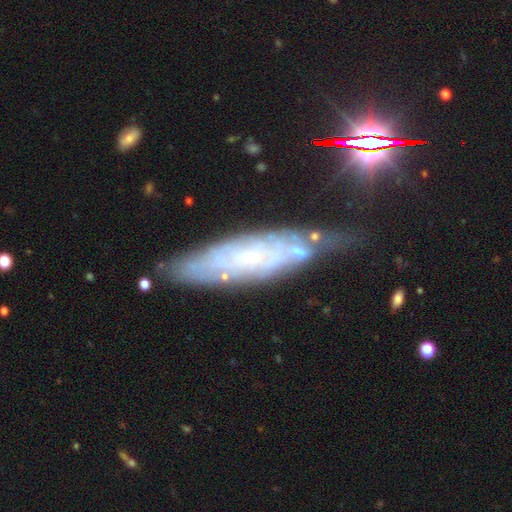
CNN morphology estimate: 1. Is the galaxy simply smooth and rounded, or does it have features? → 62% featured or disk, 25% smooth, 13% star or artifact.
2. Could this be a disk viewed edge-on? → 68% no, 32% yes.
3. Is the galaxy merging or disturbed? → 65% none, 23% minor disturbance, 7% major disturbance, 5% merger.